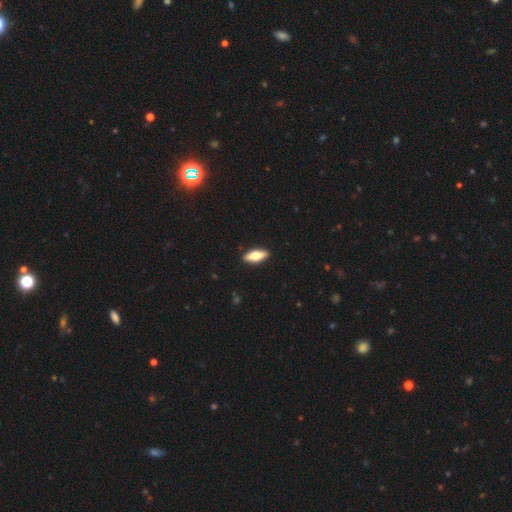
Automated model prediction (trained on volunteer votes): Q: Smooth or featured?
A: smooth (62%); runner-up: featured or disk (32%)
Q: How rounded?
A: in between (71%); runner-up: cigar-shaped (27%)
Q: Merging?
A: none (90%); runner-up: minor disturbance (7%)